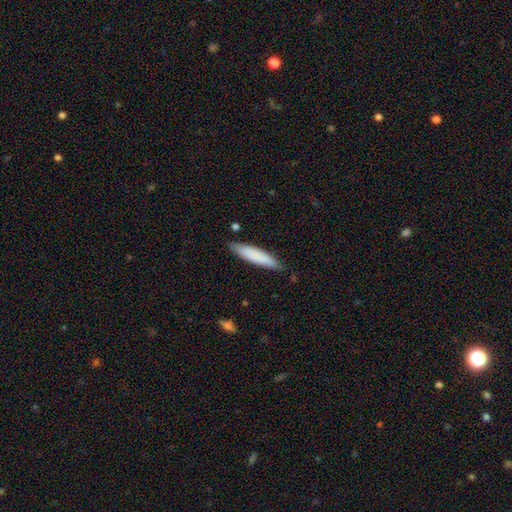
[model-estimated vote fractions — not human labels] This appears to be a smooth galaxy with no disk features (82%) that is cigar-shaped (80%). Merging: none (84%).